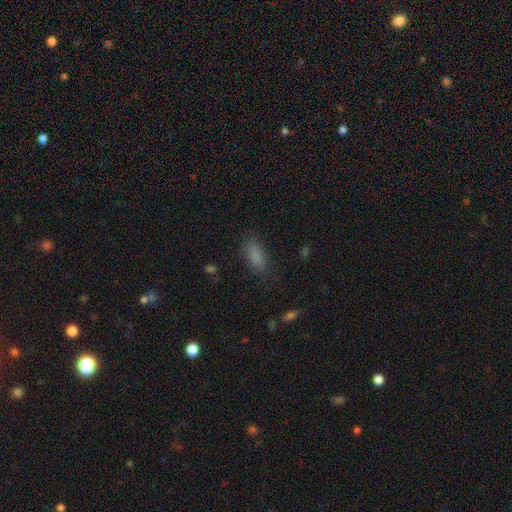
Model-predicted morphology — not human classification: A smooth galaxy with no disk features (85%) that is in between round and cigar-shaped (76%).

Vote fractions:
- Smooth or featured? smooth: 85% / star or artifact: 10% / featured or disk: 5%
- How rounded? in between: 76% / cigar-shaped: 21% / round: 3%
- Merging? none: 80% / minor disturbance: 14% / major disturbance: 4% / merger: 1%